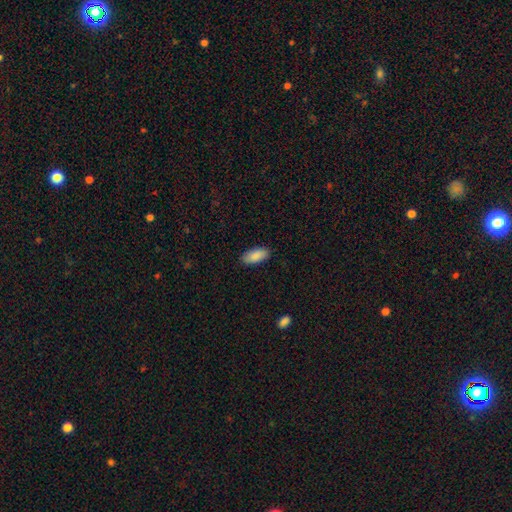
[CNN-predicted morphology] A smooth galaxy with no disk features (89%) that is in between round and cigar-shaped (88%).

Vote fractions:
- Smooth or featured? smooth: 89% / star or artifact: 6% / featured or disk: 5%
- How rounded? in between: 88% / cigar-shaped: 10% / round: 2%
- Merging? none: 88% / minor disturbance: 9% / major disturbance: 2% / merger: 1%